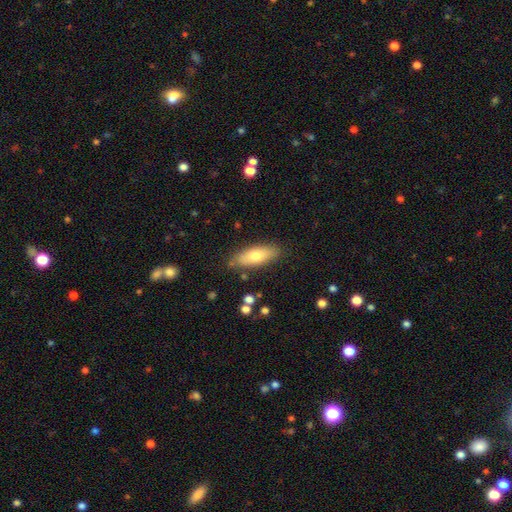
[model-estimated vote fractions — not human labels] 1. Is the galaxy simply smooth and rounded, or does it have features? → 69% smooth, 24% featured or disk, 7% star or artifact.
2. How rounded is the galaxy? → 68% in between, 29% cigar-shaped, 2% round.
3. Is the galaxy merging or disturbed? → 83% none, 12% minor disturbance, 3% major disturbance, 2% merger.